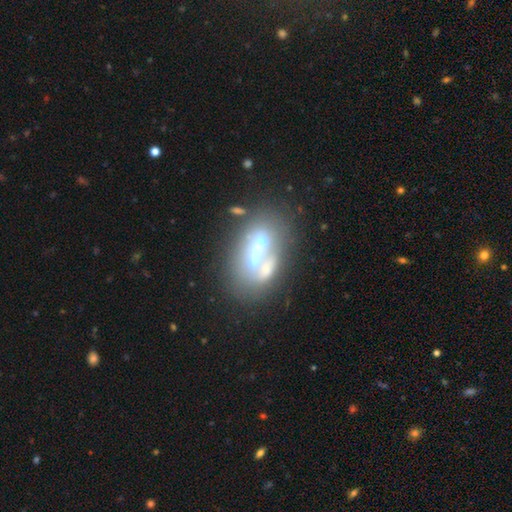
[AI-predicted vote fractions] The model was most divided on "bulge size": none: 33%, moderate: 30%, small: 25%, large: 9%, dominant: 4%. Remaining: edge-on disk — no (90%); spiral arms — no (87%); bar — no (68%); smooth or featured — featured or disk (57%); merging — merger (39%).